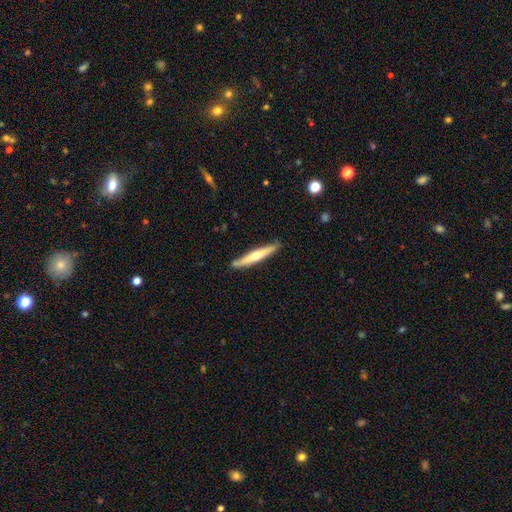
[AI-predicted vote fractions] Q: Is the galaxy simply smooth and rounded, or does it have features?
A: featured or disk — 49%.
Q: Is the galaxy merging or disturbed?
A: none — 86%.